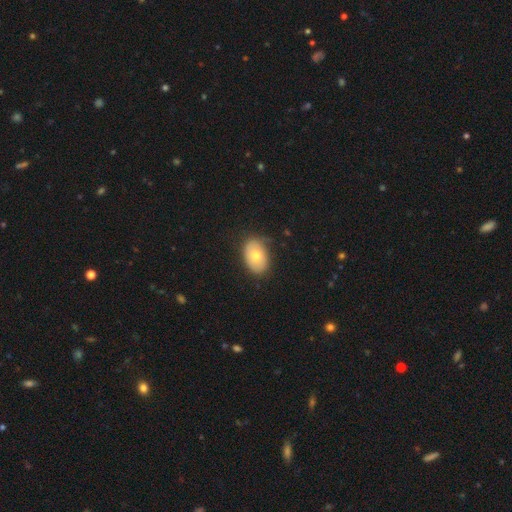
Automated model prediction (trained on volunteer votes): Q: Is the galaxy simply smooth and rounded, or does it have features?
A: smooth — 72%.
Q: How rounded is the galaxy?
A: in between — 87%.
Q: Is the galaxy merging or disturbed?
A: none — 78%.